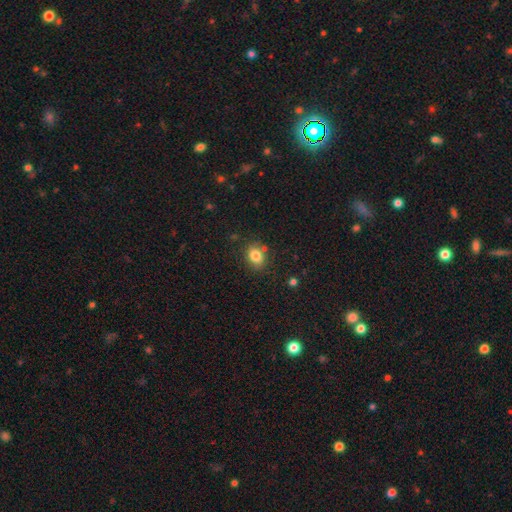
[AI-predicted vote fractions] Overall: smooth (82%). How rounded: in between (52%; round 47%). Merging: none (78%).